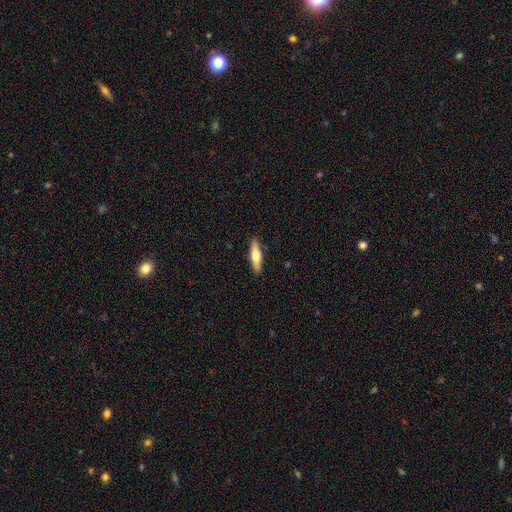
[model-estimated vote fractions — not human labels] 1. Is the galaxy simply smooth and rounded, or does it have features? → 57% smooth, 38% featured or disk, 6% star or artifact.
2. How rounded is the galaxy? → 61% cigar-shaped, 37% in between, 2% round.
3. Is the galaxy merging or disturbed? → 89% none, 8% minor disturbance, 2% major disturbance, 1% merger.